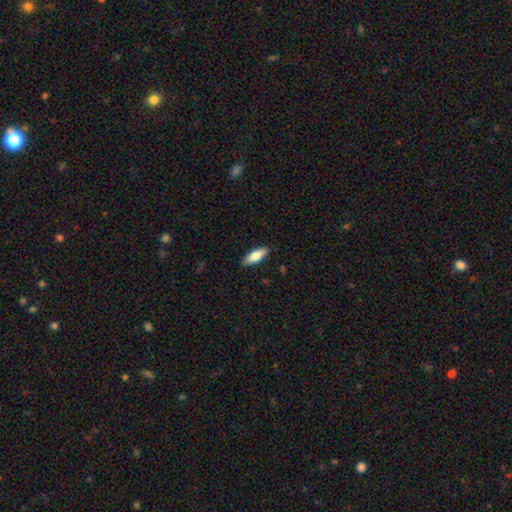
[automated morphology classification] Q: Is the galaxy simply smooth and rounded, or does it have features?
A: smooth — 77%.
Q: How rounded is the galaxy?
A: in between — 68%.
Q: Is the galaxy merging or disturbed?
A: none — 88%.